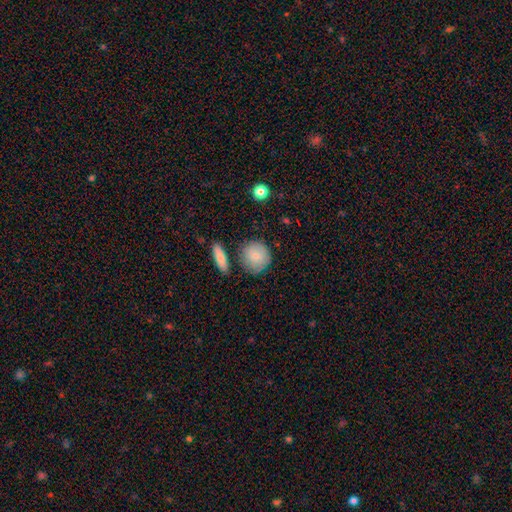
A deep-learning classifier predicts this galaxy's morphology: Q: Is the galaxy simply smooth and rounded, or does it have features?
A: smooth — 82%.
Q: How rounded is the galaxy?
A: round — 87%.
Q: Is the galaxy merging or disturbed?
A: none — 73%.